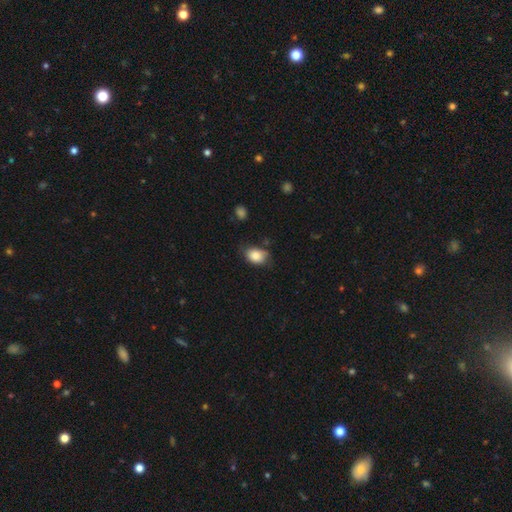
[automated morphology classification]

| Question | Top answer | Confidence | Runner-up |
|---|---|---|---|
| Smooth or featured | smooth | 84% | star or artifact (8%) |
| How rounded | in between | 73% | round (25%) |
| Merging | none | 61% | minor disturbance (29%) |